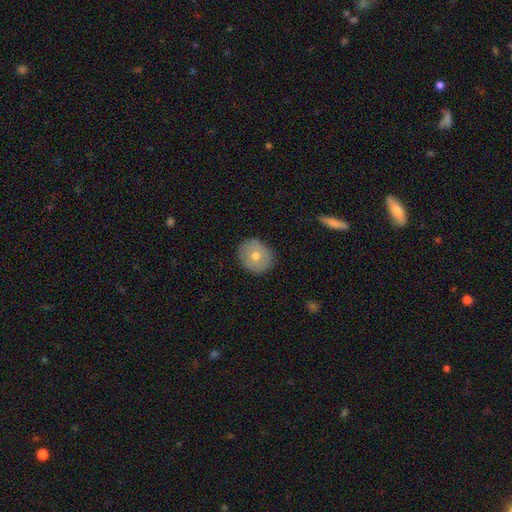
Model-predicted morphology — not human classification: smooth 64%, featured or disk 28%, star or artifact 8%. Down the decision tree: how rounded — round (80%); merging — none (89%).